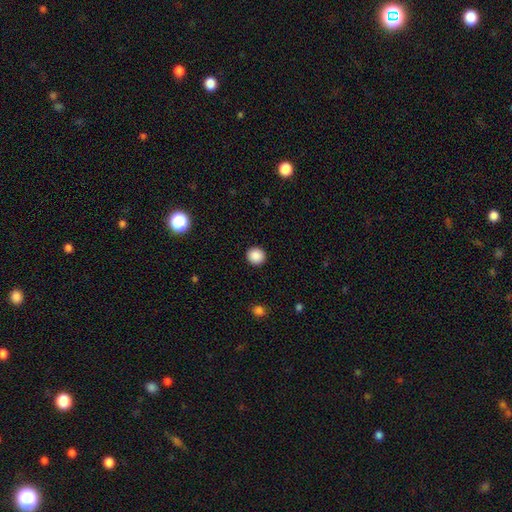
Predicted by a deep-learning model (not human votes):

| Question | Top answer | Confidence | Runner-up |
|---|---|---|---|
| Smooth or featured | smooth | 88% | star or artifact (9%) |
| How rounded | round | 92% | in between (7%) |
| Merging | none | 92% | minor disturbance (5%) |